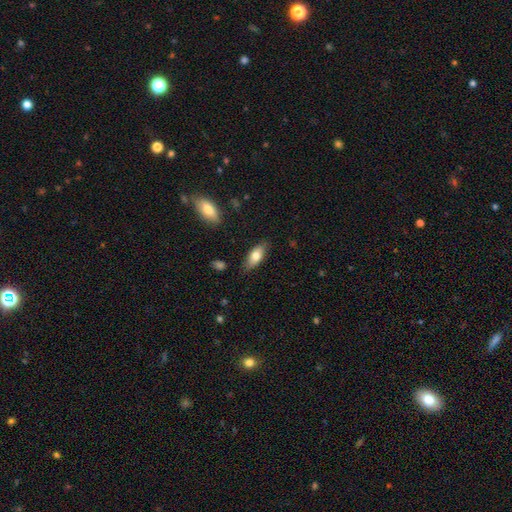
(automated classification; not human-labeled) Smooth or featured? smooth (74%)
How rounded? in between (80%)
Merging? none (82%)